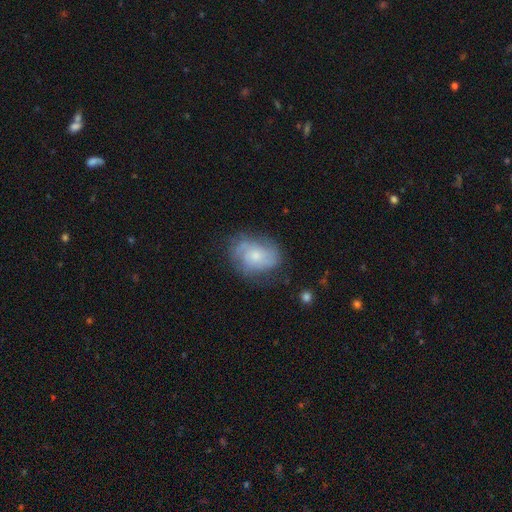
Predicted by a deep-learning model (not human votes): smooth-or-featured: featured or disk: 58% | smooth: 34% | star or artifact: 8%
  disk-edge-on: no: 97% | yes: 3%
    bar: no: 77% | weak: 20% | strong: 3%
    has-spiral-arms: yes: 82% | no: 18%
    bulge-size: small: 52% | moderate: 38% | none: 5% | large: 4% | dominant: 1%
  merging: none: 64% | minor disturbance: 24% | major disturbance: 11% | merger: 2%